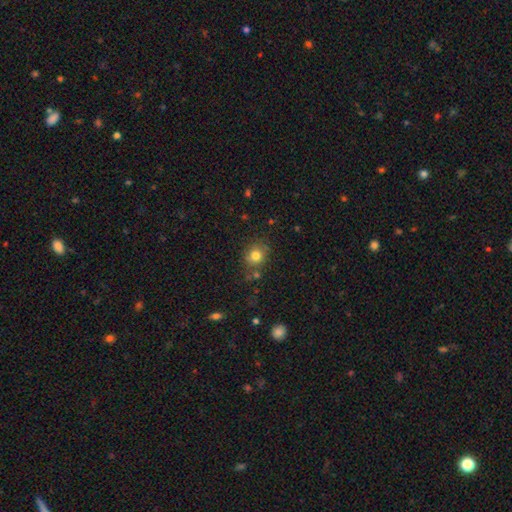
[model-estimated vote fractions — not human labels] This appears to be a smooth galaxy with no disk features (79%) that is round (71%). Merging: none (74%).